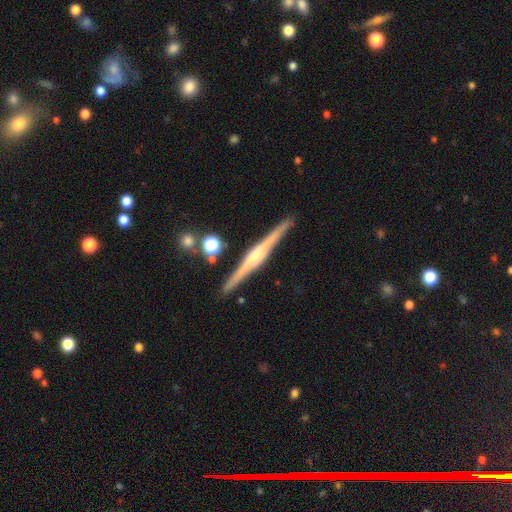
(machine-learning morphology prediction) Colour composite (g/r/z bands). It shows a featured or disk galaxy (83%) viewed edge-on (98%) with a rounded central bulge (79%). Merging: none (91%).